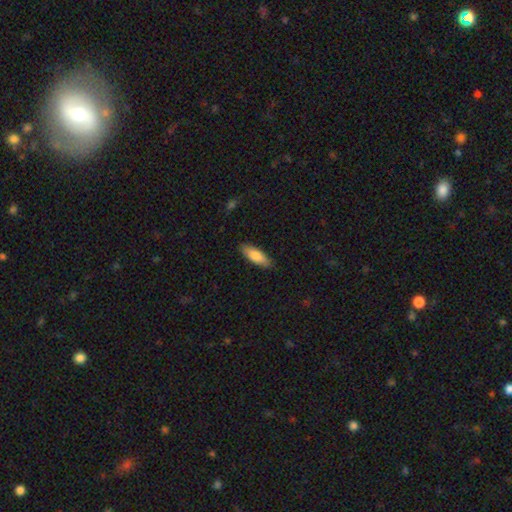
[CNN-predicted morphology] Smooth or featured? Predicted: smooth (p=0.80). How rounded? Predicted: in between (p=0.61). Merging? Predicted: none (p=0.87).